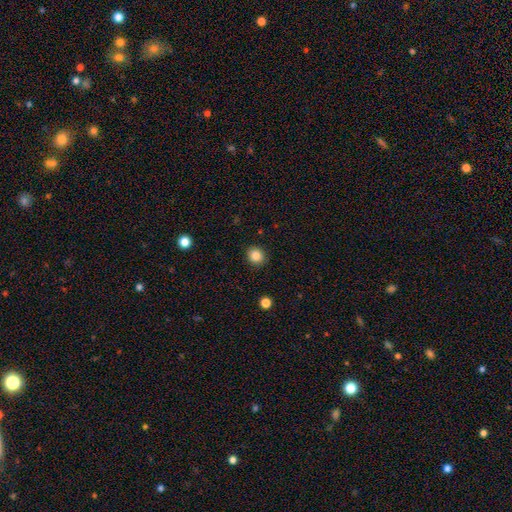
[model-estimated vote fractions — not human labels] A smooth galaxy with no disk features (85%) that is round (84%). Merging: none (91%).